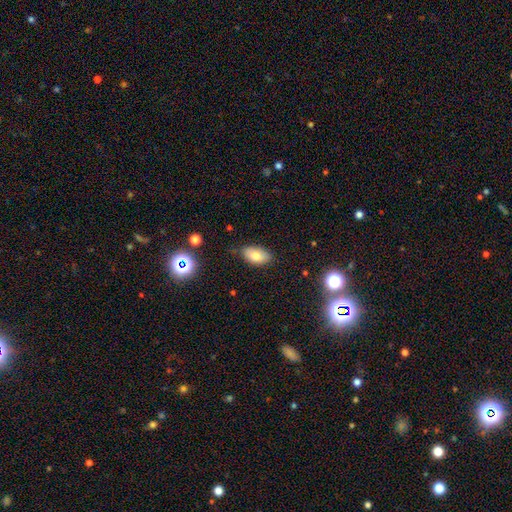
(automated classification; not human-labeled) Smooth or featured?
  - smooth: 77% *
  - featured or disk: 14%
  - star or artifact: 10%
How rounded?
  - in between: 93% *
  - round: 5%
  - cigar-shaped: 3%
Merging?
  - none: 76% *
  - minor disturbance: 19%
  - major disturbance: 3%
  - merger: 2%